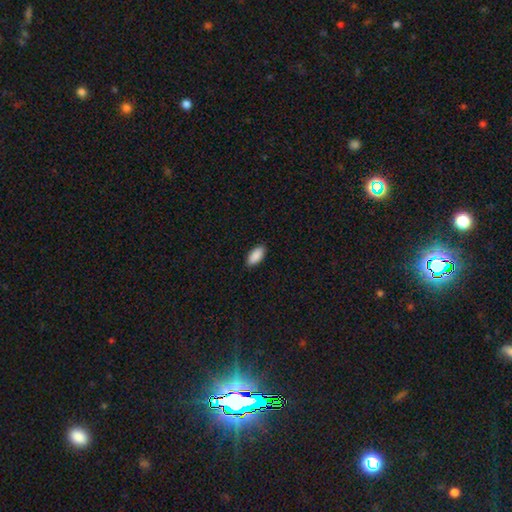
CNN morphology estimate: Smooth or featured?
  - smooth: 91% *
  - star or artifact: 6%
  - featured or disk: 3%
How rounded?
  - in between: 89% *
  - cigar-shaped: 9%
  - round: 2%
Merging?
  - none: 89% *
  - minor disturbance: 9%
  - major disturbance: 2%
  - merger: 1%